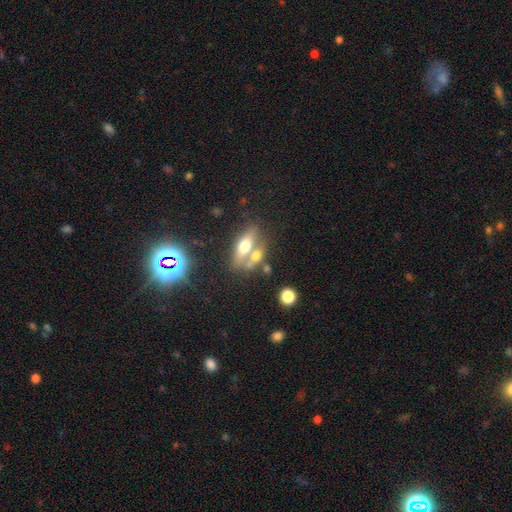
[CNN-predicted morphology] type=smooth (57%); roundness=in between (68%); merging=merger (44%).